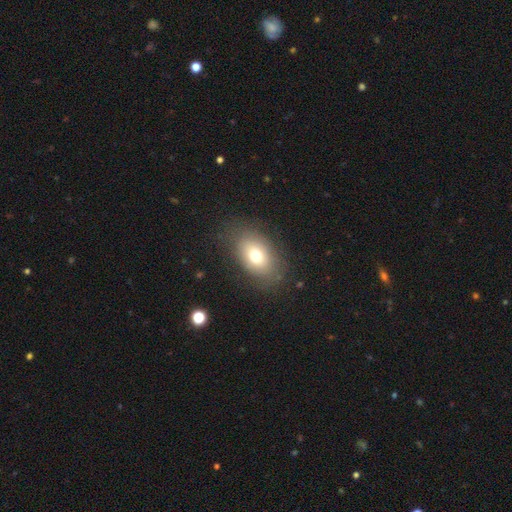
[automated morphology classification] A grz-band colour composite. It shows a smooth galaxy with no disk features (72%) that is in between round and cigar-shaped (83%). Merging: none (80%).